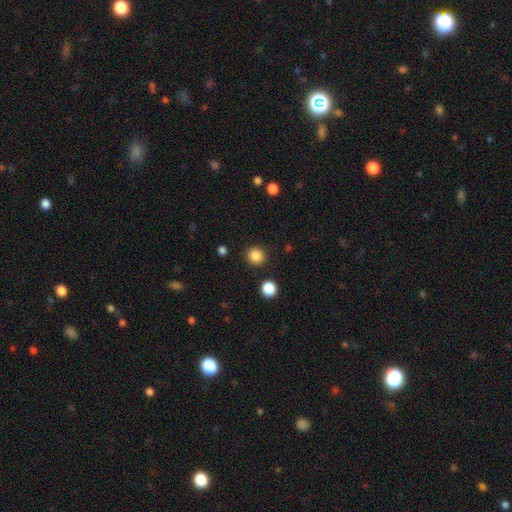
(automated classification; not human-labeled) Smooth or featured? smooth (86%)
How rounded? round (92%)
Merging? none (90%)